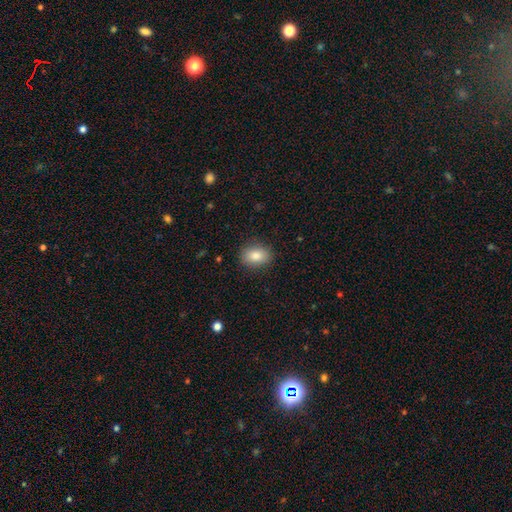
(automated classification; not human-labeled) smooth-or-featured: smooth: 84% | star or artifact: 8% | featured or disk: 7%
  how-rounded: in between: 75% | round: 24% | cigar-shaped: 1%
  merging: none: 88% | minor disturbance: 9% | major disturbance: 2% | merger: 1%